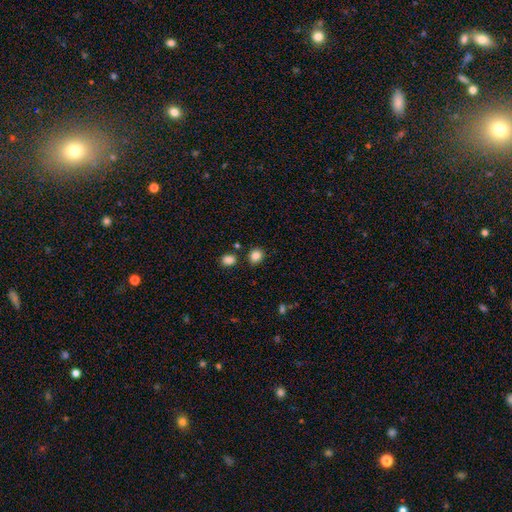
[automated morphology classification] Smooth or featured?
  - smooth: 86% *
  - star or artifact: 10%
  - featured or disk: 4%
How rounded?
  - round: 71% *
  - in between: 28%
  - cigar-shaped: 1%
Merging?
  - none: 82% *
  - minor disturbance: 9%
  - merger: 6%
  - major disturbance: 3%